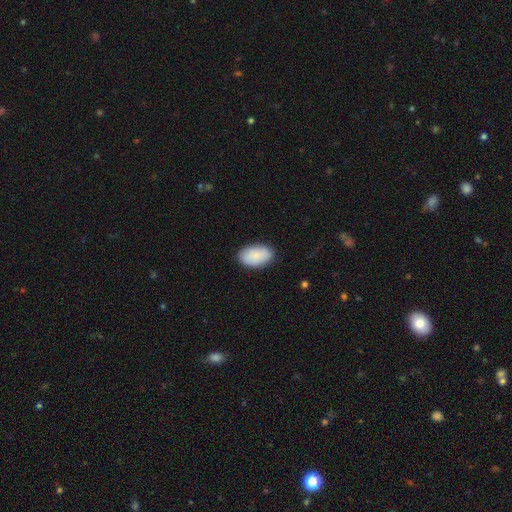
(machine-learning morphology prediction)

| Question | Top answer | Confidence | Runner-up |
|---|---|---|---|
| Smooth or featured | smooth | 86% | featured or disk (8%) |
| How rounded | in between | 94% | round (5%) |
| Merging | none | 85% | minor disturbance (11%) |